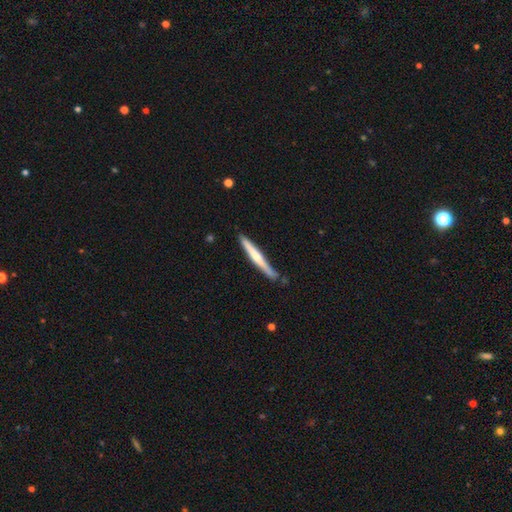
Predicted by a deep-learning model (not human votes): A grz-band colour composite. It shows a featured or disk galaxy (51%) viewed edge-on (97%). Merging: none (80%).